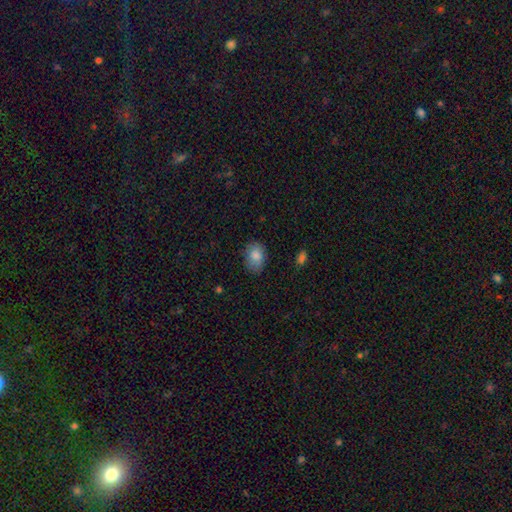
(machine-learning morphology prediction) A smooth galaxy with no disk features (84%) that is in between round and cigar-shaped (78%).

Vote fractions:
- Smooth or featured? smooth: 84% / featured or disk: 8% / star or artifact: 8%
- How rounded? in between: 78% / round: 21% / cigar-shaped: 1%
- Merging? none: 74% / minor disturbance: 20% / major disturbance: 4% / merger: 1%